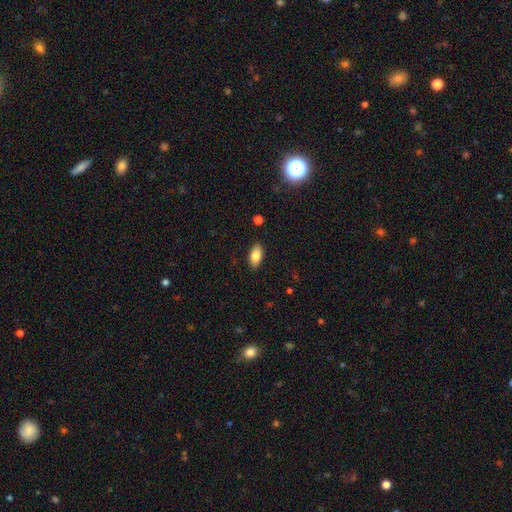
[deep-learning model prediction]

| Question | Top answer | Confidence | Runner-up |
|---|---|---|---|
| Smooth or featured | smooth | 83% | featured or disk (10%) |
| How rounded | in between | 91% | cigar-shaped (6%) |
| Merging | none | 88% | minor disturbance (9%) |